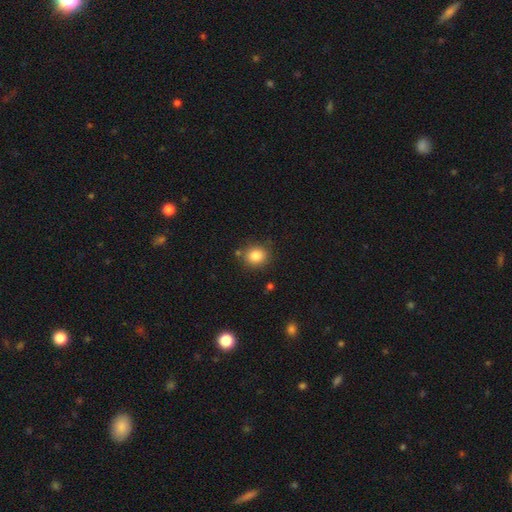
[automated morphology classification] The model was most divided on "how rounded": round: 75%, in between: 24%, cigar-shaped: 1%. More confident: smooth or featured — smooth (84%); merging — none (81%).